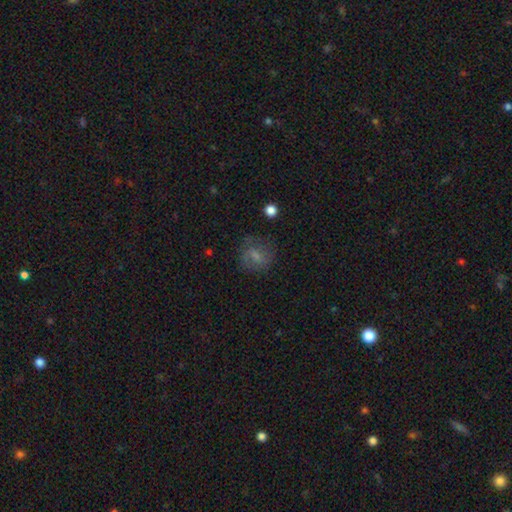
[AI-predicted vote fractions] Q: Smooth or featured?
A: smooth (59%); runner-up: featured or disk (30%)
Q: How rounded?
A: round (69%); runner-up: in between (30%)
Q: Merging?
A: none (65%); runner-up: minor disturbance (21%)